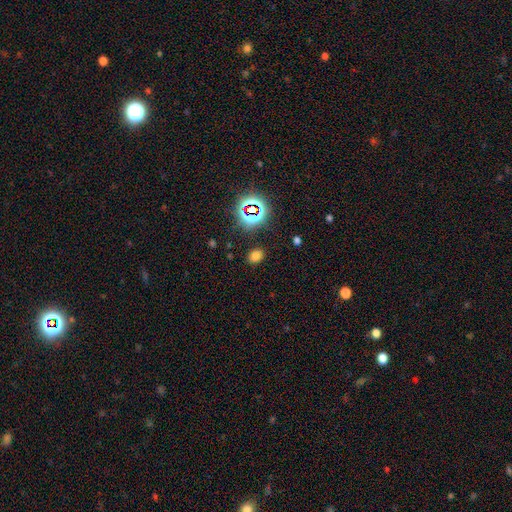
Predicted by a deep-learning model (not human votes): smooth_or_featured: smooth (p=0.68) [alt: star or artifact p=0.26]
how_rounded: in between (p=0.60) [alt: round p=0.39]
merging: none (p=0.86) [alt: minor disturbance p=0.09]